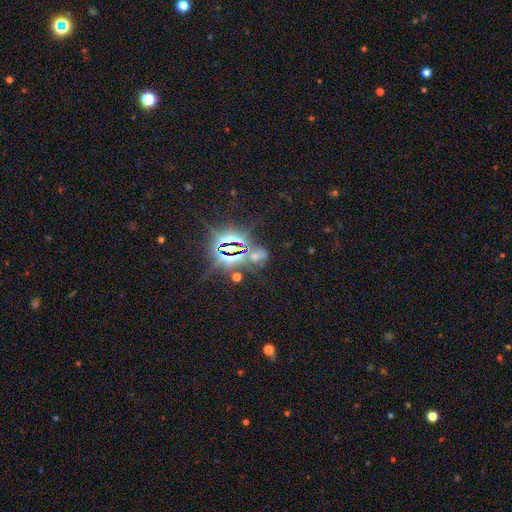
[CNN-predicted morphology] Overall: star or artifact (65%).